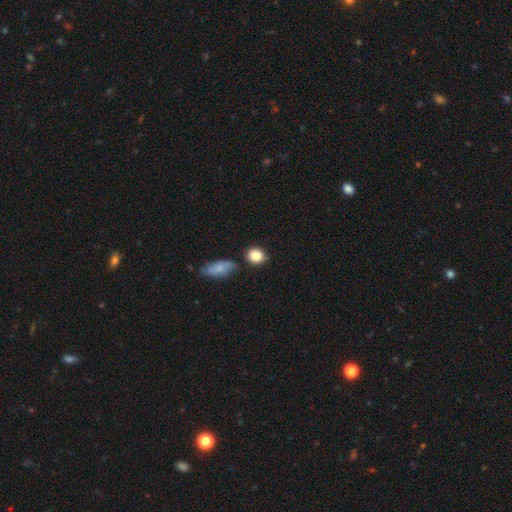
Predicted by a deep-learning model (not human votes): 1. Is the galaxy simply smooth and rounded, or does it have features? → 85% smooth, 9% star or artifact, 7% featured or disk.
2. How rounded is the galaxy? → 70% round, 29% in between, 2% cigar-shaped.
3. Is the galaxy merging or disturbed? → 76% none, 13% minor disturbance, 8% merger, 3% major disturbance.